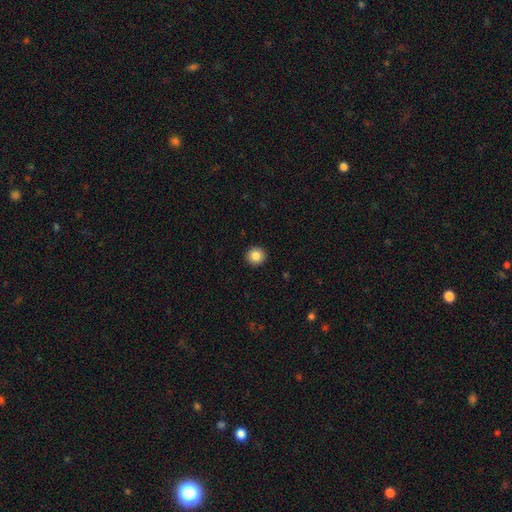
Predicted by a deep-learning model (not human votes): Smooth or featured?
  - smooth: 86% *
  - star or artifact: 10%
  - featured or disk: 4%
How rounded?
  - round: 93% *
  - in between: 6%
  - cigar-shaped: 1%
Merging?
  - none: 93% *
  - minor disturbance: 4%
  - major disturbance: 2%
  - merger: 1%